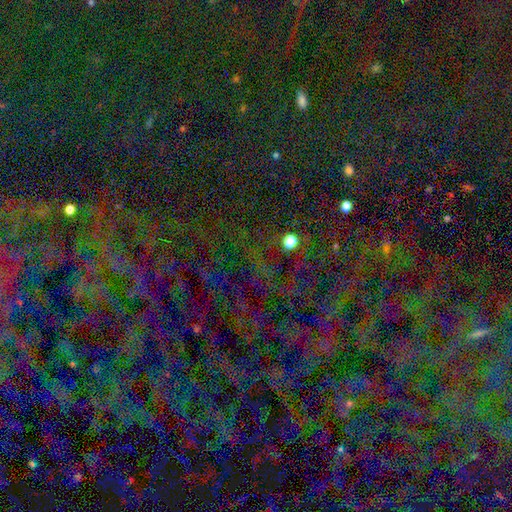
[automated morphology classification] Smooth or featured: star or artifact — 81% (smooth — 12%)